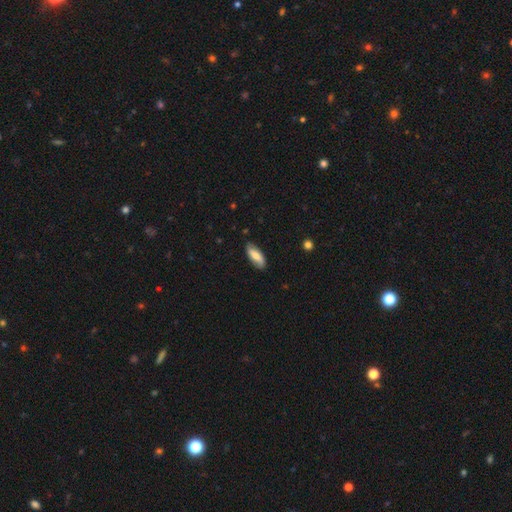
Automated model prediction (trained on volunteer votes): Smooth or featured?
  - smooth: 68% *
  - featured or disk: 26%
  - star or artifact: 6%
How rounded?
  - in between: 76% *
  - cigar-shaped: 22%
  - round: 2%
Merging?
  - none: 82% *
  - minor disturbance: 14%
  - major disturbance: 2%
  - merger: 1%